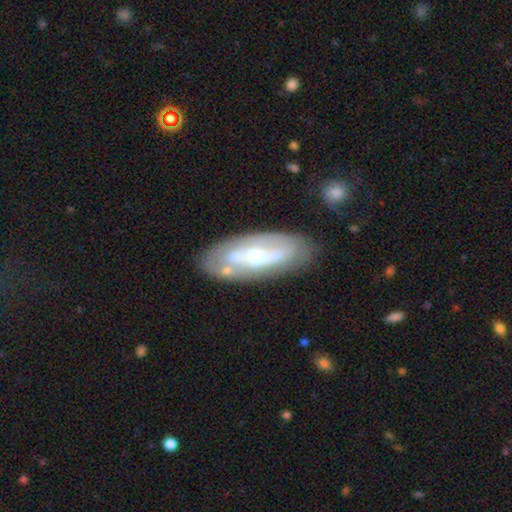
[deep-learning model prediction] A featured or disk galaxy (69%) with no bar (51%), spiral arms (56%) and a moderate central bulge (53%).

Vote fractions:
- Smooth or featured? featured or disk: 69% / smooth: 25% / star or artifact: 6%
- Edge-on disk? no: 88% / yes: 12%
- Bar? no: 51% / weak: 31% / strong: 18%
- Spiral arms? yes: 56% / no: 44%
- Bulge size? moderate: 53% / small: 39% / large: 5% / none: 2% / dominant: 1%
- Merging? none: 73% / minor disturbance: 16% / major disturbance: 6% / merger: 5%